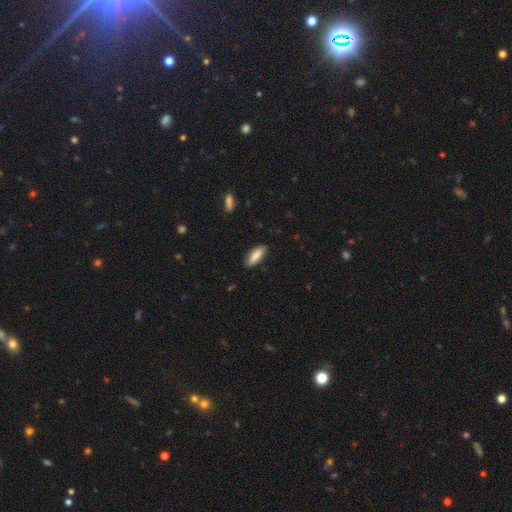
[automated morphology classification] A smooth galaxy with no disk features (86%) that is in between round and cigar-shaped (74%).

Vote fractions:
- Smooth or featured? smooth: 86% / featured or disk: 8% / star or artifact: 6%
- How rounded? in between: 74% / cigar-shaped: 25% / round: 2%
- Merging? none: 86% / minor disturbance: 11% / major disturbance: 2% / merger: 1%